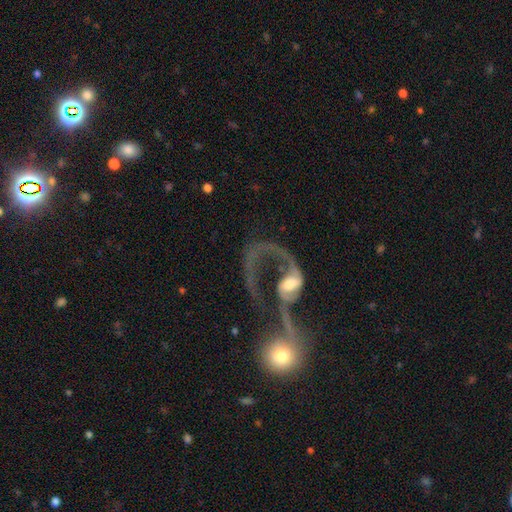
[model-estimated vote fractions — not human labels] Smooth or featured? featured or disk (77%)
Edge-on disk? no (95%)
Bar? no (53%)
Spiral arms? yes (79%)
Spiral winding? loose (64%)
Spiral arm count? 1 (47%)
Bulge size? moderate (57%)
Merging? merger (41%)